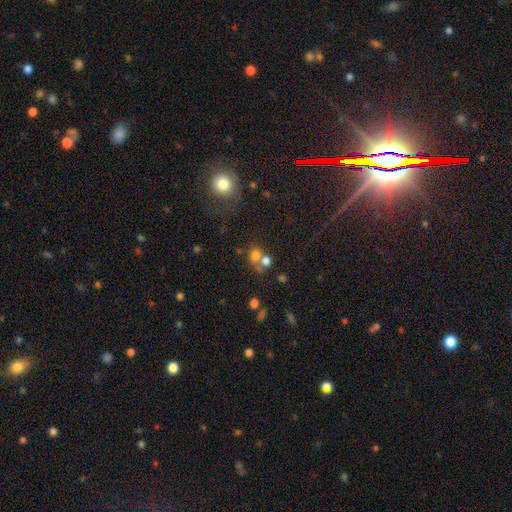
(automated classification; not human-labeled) Smooth or featured?
  - smooth: 71% *
  - star or artifact: 16%
  - featured or disk: 13%
How rounded?
  - round: 68% *
  - in between: 30%
  - cigar-shaped: 1%
Merging?
  - merger: 47% *
  - none: 39%
  - minor disturbance: 9%
  - major disturbance: 5%